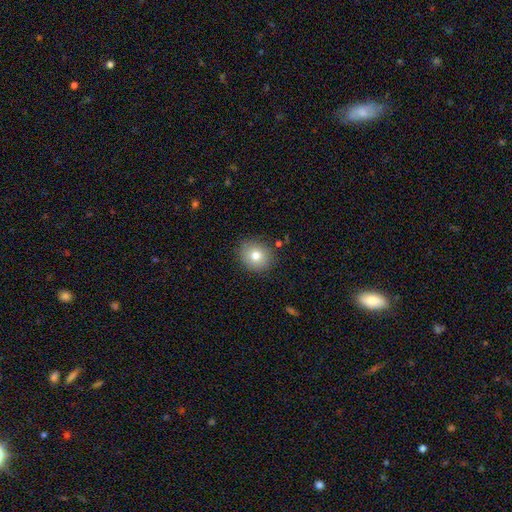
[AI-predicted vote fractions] Morphology: type=smooth (77%); roundness=round (79%); merging=none (86%).